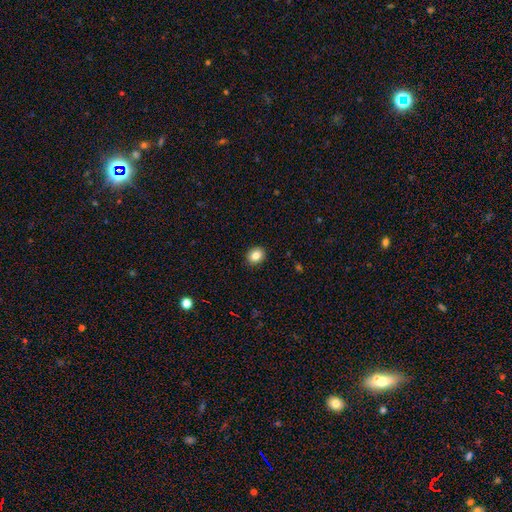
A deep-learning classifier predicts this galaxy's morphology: type=smooth (85%); roundness=round (58%); merging=none (91%).